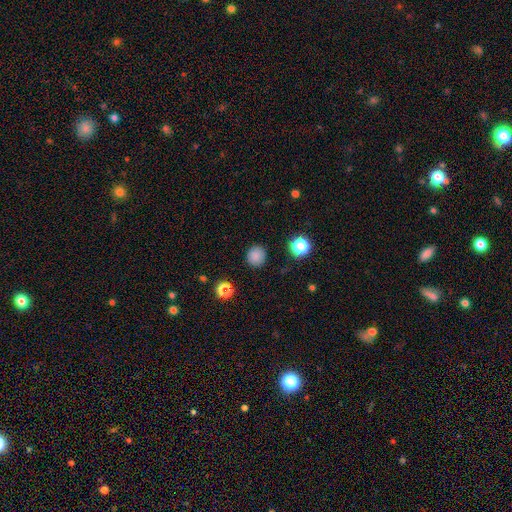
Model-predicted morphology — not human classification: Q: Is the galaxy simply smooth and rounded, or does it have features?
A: smooth — 83%.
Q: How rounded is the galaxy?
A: round — 92%.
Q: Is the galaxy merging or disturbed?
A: none — 89%.